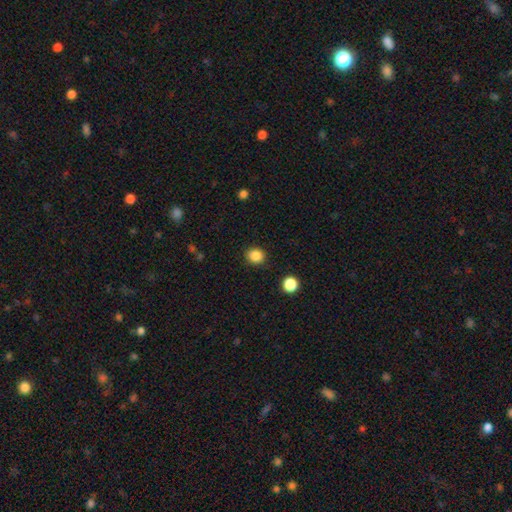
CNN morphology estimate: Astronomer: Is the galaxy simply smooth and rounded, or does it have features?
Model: smooth — 86%.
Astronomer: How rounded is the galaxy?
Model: round — 76%.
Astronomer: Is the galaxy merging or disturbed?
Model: none — 90%.